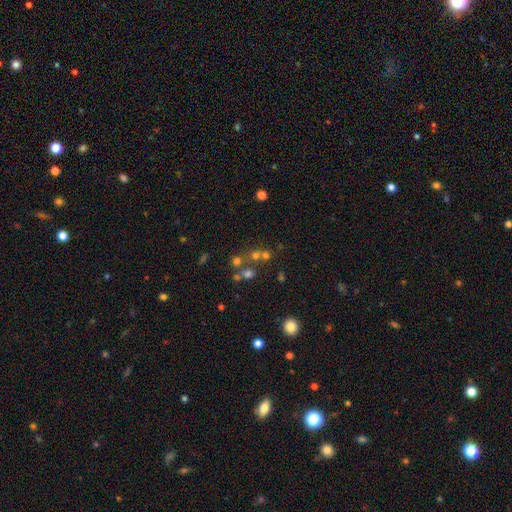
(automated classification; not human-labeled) Q: Smooth or featured?
A: smooth (46%); runner-up: star or artifact (37%)
Q: Merging?
A: none (55%); runner-up: merger (33%)